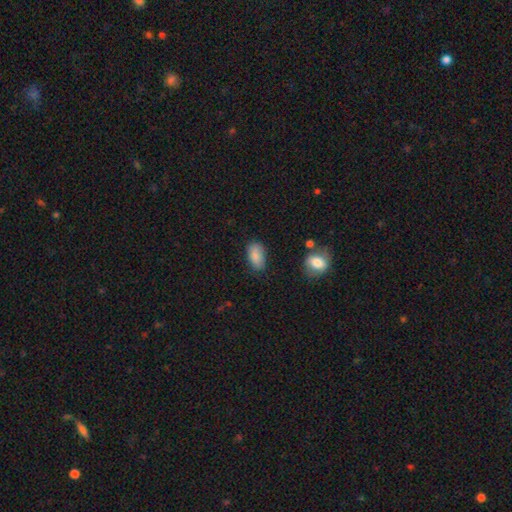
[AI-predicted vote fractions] The model was most divided on "merging": none: 76%, minor disturbance: 17%, major disturbance: 4%, merger: 2%. More confident: how rounded — in between (93%); smooth or featured — smooth (87%).